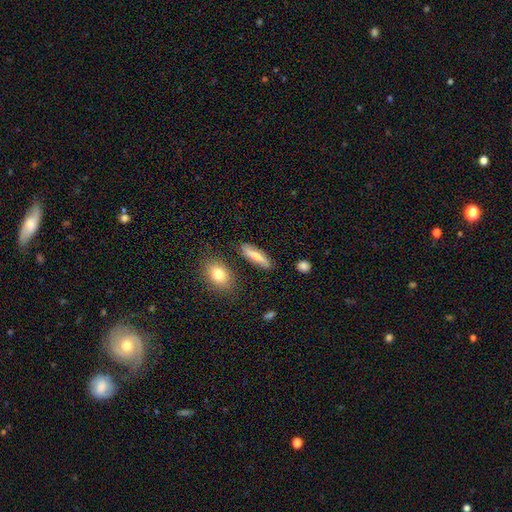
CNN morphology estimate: The model was most divided on "how rounded": cigar-shaped: 63%, in between: 33%, round: 4%. More confident: merging — none (82%); smooth or featured — smooth (62%).